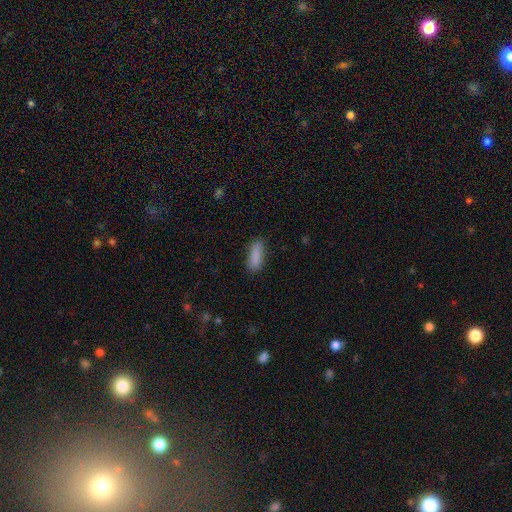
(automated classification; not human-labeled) Q: Smooth or featured?
A: smooth (87%); runner-up: star or artifact (7%)
Q: How rounded?
A: in between (58%); runner-up: cigar-shaped (40%)
Q: Merging?
A: none (81%); runner-up: minor disturbance (14%)